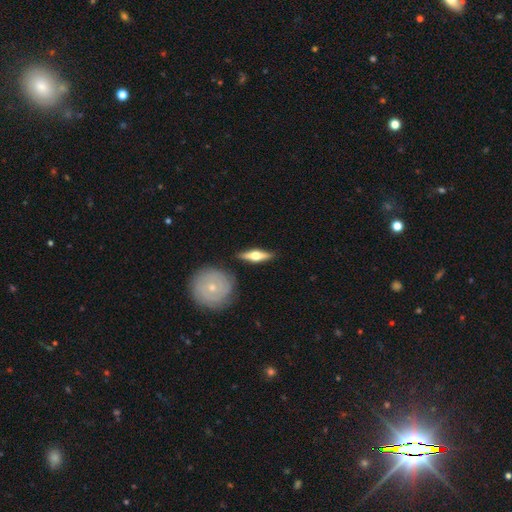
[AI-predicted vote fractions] Smooth or featured? featured or disk (67%)
Edge-on disk? yes (90%)
Edge-on bulge? rounded (95%)
Merging? none (85%)